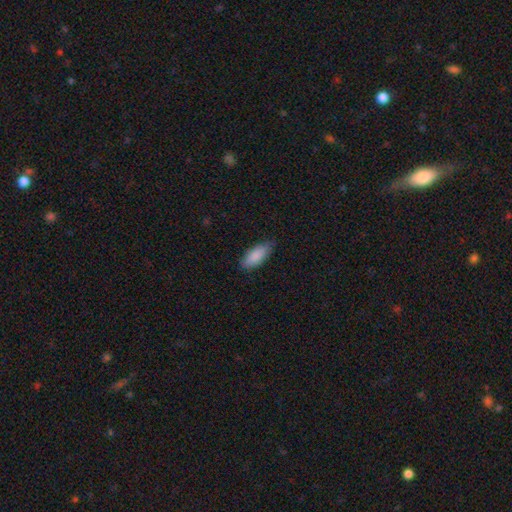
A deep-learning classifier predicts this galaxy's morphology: Smooth or featured? smooth (88%)
How rounded? in between (82%)
Merging? none (79%)